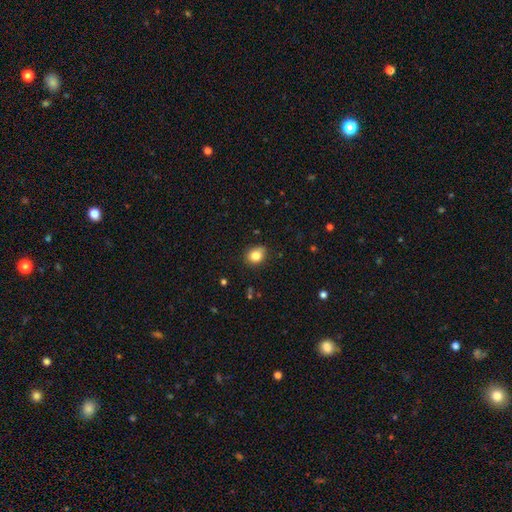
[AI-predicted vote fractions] A smooth galaxy with no disk features (82%) that is round (59%). Merging: none (79%).